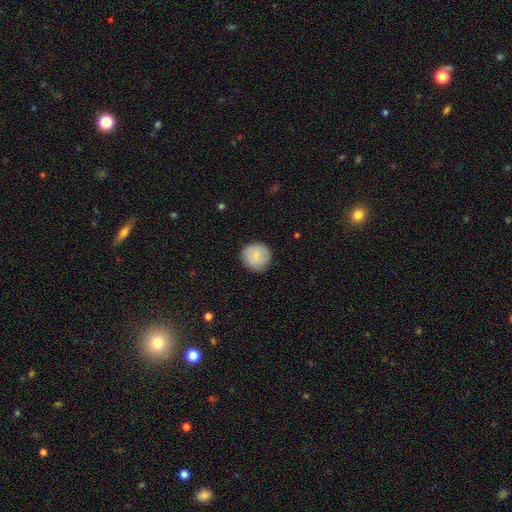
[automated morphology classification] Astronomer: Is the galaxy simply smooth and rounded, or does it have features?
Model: smooth — 83%.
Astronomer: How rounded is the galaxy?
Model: round — 94%.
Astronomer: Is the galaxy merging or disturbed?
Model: none — 88%.